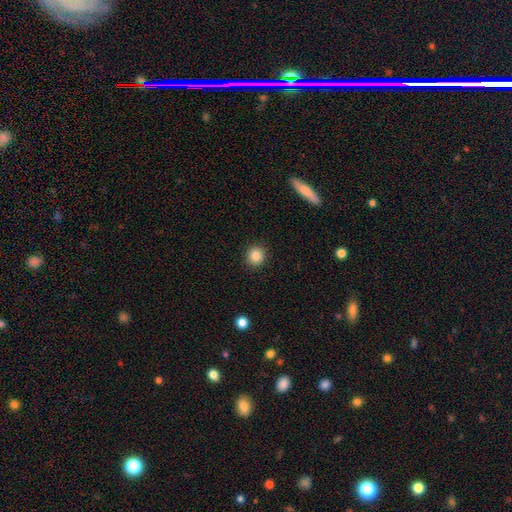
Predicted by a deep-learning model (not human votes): Smooth or featured: smooth — 85% (star or artifact — 10%)
How rounded: round — 87% (in between — 12%)
Merging: none — 91% (minor disturbance — 6%)